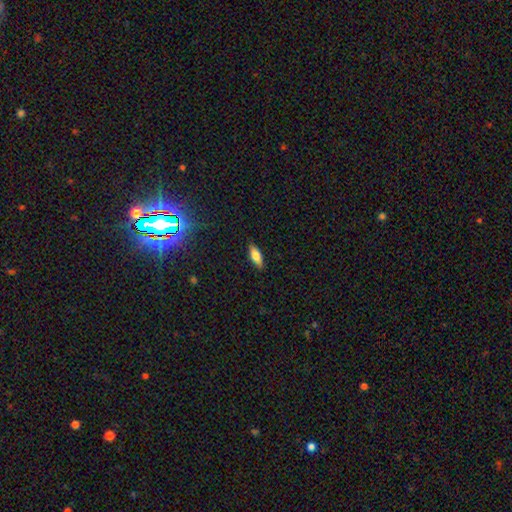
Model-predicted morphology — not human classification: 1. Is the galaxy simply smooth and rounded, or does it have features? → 72% smooth, 20% featured or disk, 8% star or artifact.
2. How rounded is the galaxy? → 70% in between, 27% cigar-shaped, 2% round.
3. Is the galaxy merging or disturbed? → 88% none, 9% minor disturbance, 2% major disturbance, 1% merger.